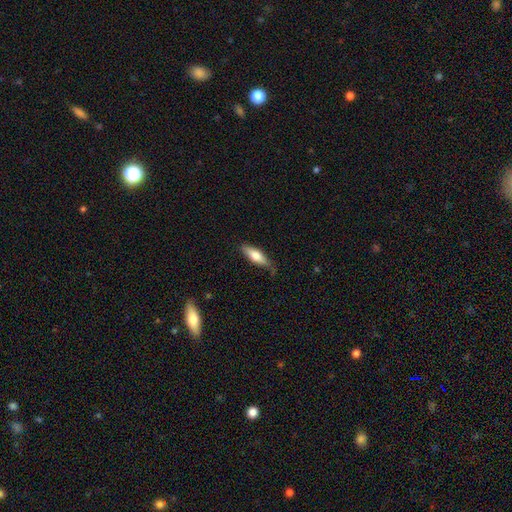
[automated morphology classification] Q: Smooth or featured?
A: smooth (68%); runner-up: featured or disk (26%)
Q: How rounded?
A: in between (50%); runner-up: cigar-shaped (48%)
Q: Merging?
A: none (68%); runner-up: minor disturbance (25%)